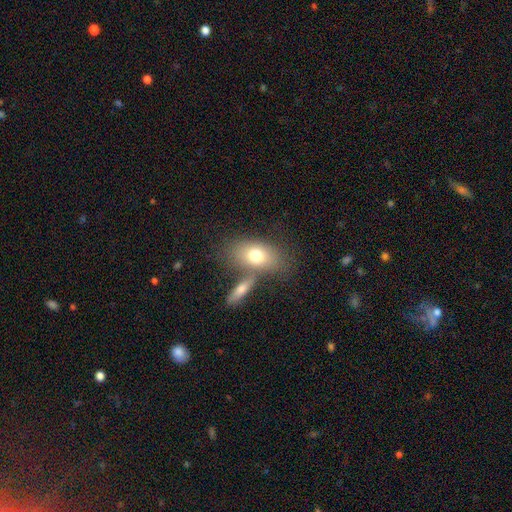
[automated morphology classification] type=smooth (72%); roundness=in between (83%); merging=none (51%).